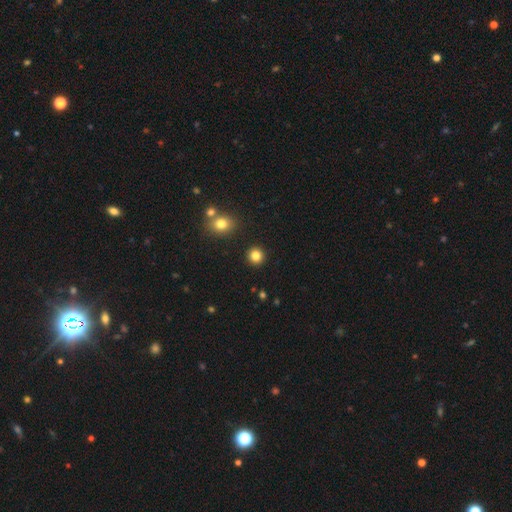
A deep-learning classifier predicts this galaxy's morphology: This appears to be a smooth galaxy with no disk features (84%) that is round (92%). Merging: none (92%).